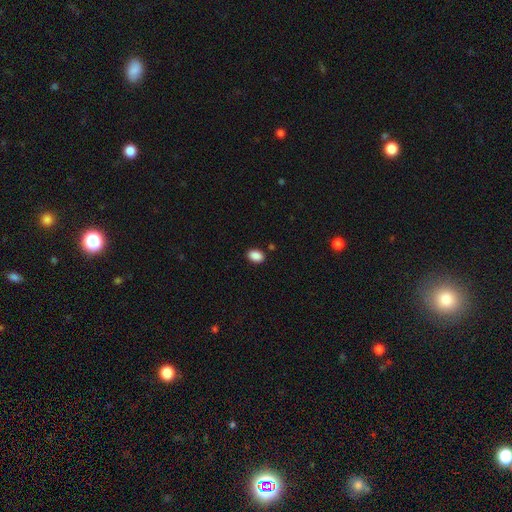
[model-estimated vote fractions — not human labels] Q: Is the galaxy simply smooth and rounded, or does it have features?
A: smooth — 89%.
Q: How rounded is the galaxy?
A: in between — 85%.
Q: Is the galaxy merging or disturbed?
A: none — 87%.